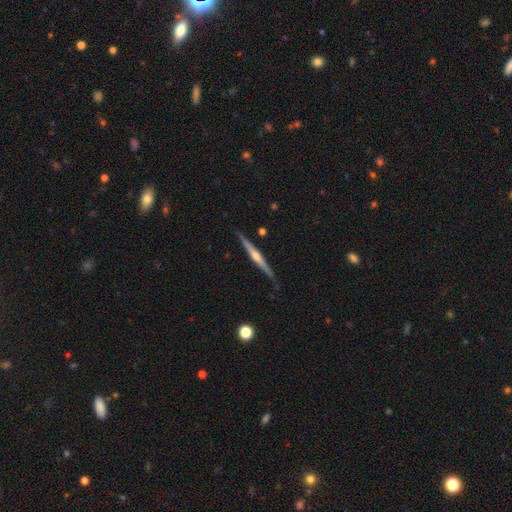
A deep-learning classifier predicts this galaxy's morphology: Smooth or featured: featured or disk — 75% (smooth — 19%)
Edge-on disk: yes — 98% (no — 2%)
Edge-on bulge: rounded — 79% (none — 13%)
Merging: none — 87% (minor disturbance — 10%)